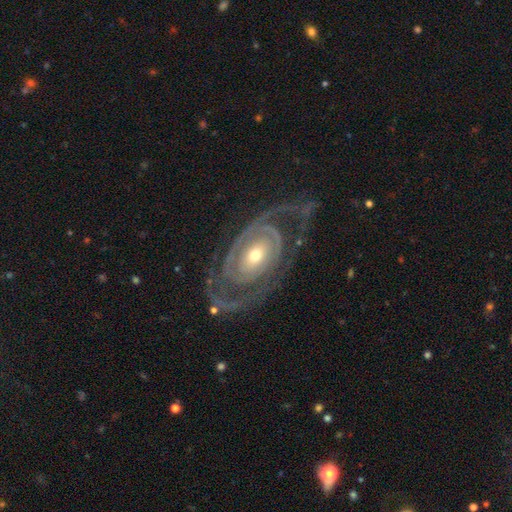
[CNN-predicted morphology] Overall: featured or disk (89%). Edge-on disk: no (96%). Bar: no (69%). Spiral arms: yes (93%). Spiral arm count: 2 (56%; can't tell 16%). Spiral winding: tight (63%; medium 26%). Bulge size: moderate (53%; small 41%). Merging: none (65%).